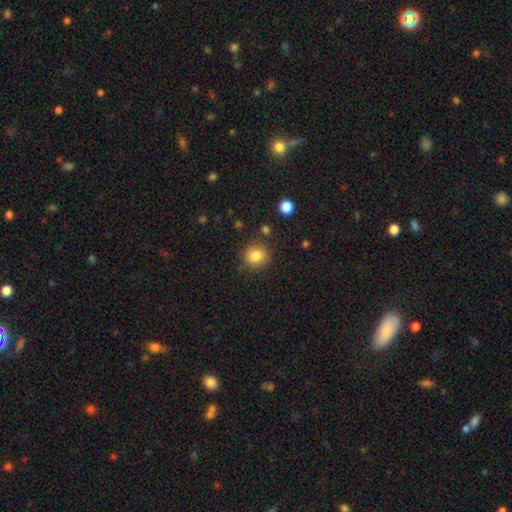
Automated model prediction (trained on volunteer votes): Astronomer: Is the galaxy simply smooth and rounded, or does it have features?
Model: smooth — 84%.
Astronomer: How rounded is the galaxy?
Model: round — 87%.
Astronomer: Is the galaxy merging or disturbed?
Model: none — 84%.